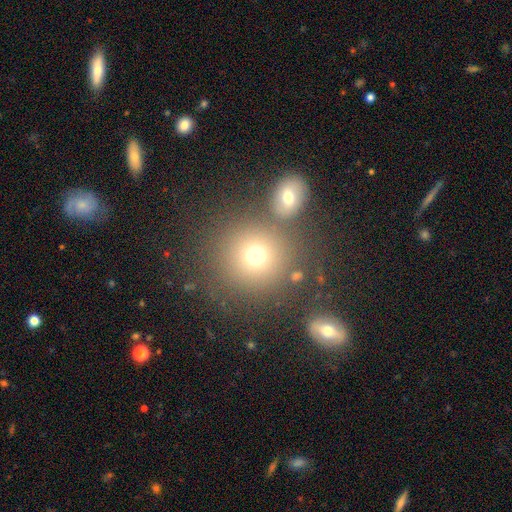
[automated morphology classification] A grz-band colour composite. It shows a smooth galaxy with no disk features (73%) that is round (90%). Merging: none (72%).